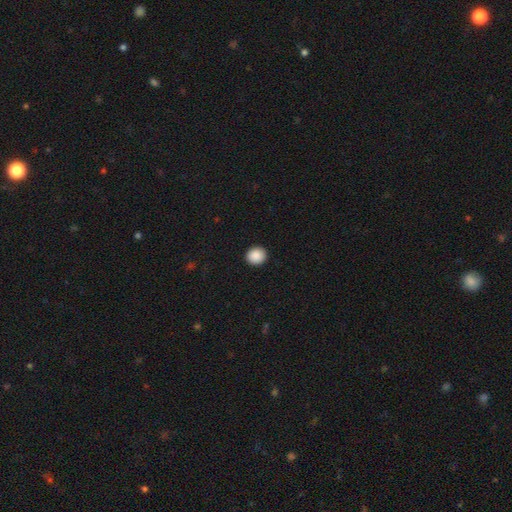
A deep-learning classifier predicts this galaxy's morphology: Q: Smooth or featured?
A: smooth (89%); runner-up: star or artifact (8%)
Q: How rounded?
A: round (85%); runner-up: in between (14%)
Q: Merging?
A: none (93%); runner-up: minor disturbance (5%)